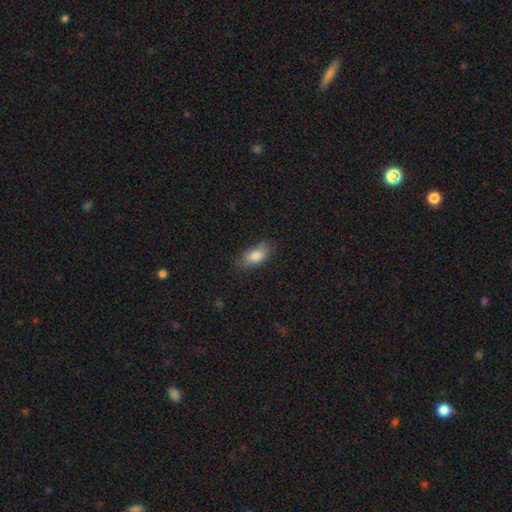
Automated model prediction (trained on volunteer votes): Overall: smooth (82%). How rounded: in between (88%). Merging: none (70%).